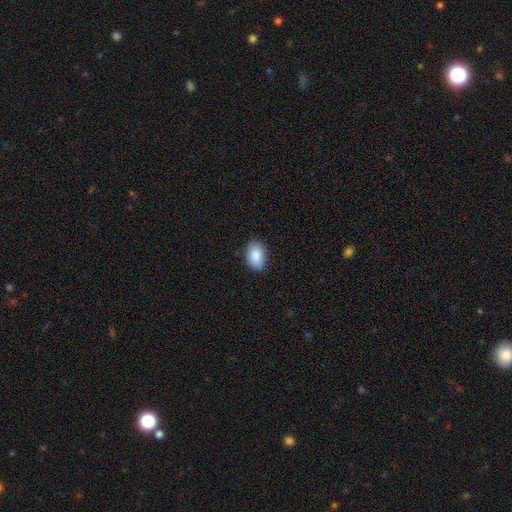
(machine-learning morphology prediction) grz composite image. It shows a smooth galaxy with no disk features (87%) that is in between round and cigar-shaped (89%). Merging: none (86%).